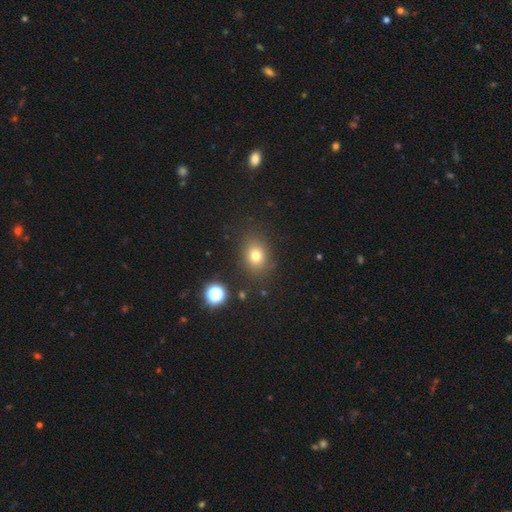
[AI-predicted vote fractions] Smooth or featured? smooth (76%)
How rounded? in between (51%)
Merging? none (84%)